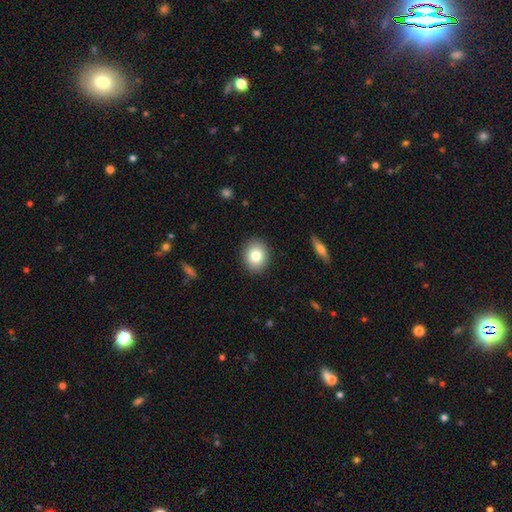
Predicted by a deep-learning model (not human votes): Morphology: type=smooth (80%); roundness=round (61%); merging=none (90%).